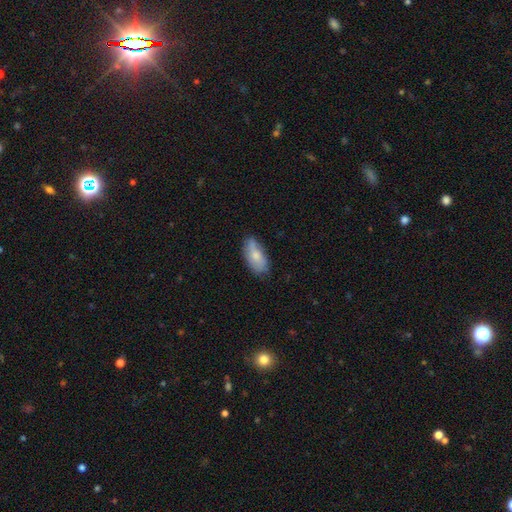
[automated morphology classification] This appears to be a smooth galaxy with no disk features (70%) that is in between round and cigar-shaped (90%). Merging: none (70%).